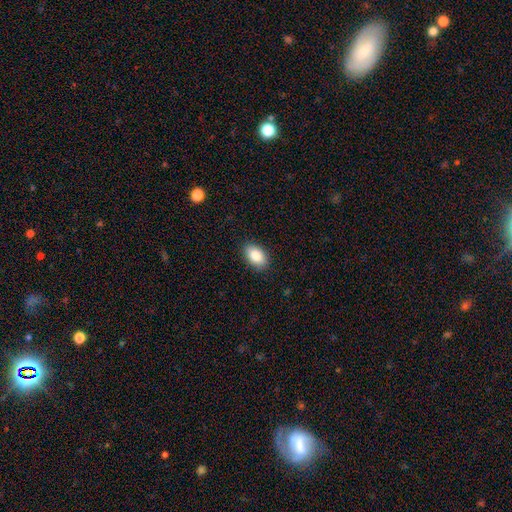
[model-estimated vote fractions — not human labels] smooth 86%, star or artifact 7%, featured or disk 7%. Down the decision tree: how rounded — in between (91%); merging — none (88%).